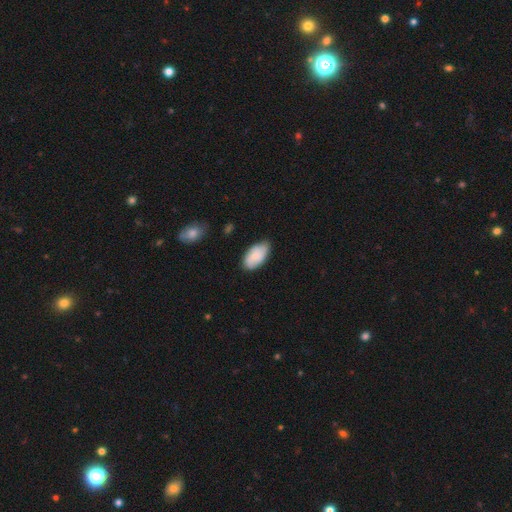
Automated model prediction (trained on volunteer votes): This is likely a smooth galaxy (74%). How rounded: clearly in between (94%). Merging: likely none (72%).